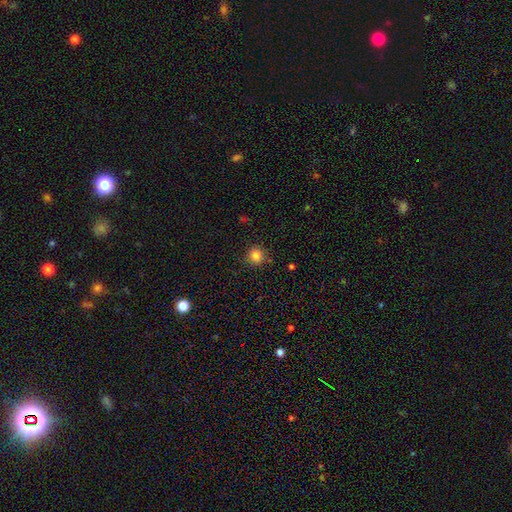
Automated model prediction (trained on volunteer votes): This appears to be a smooth galaxy with no disk features (83%) that is round (94%). Merging: none (88%).